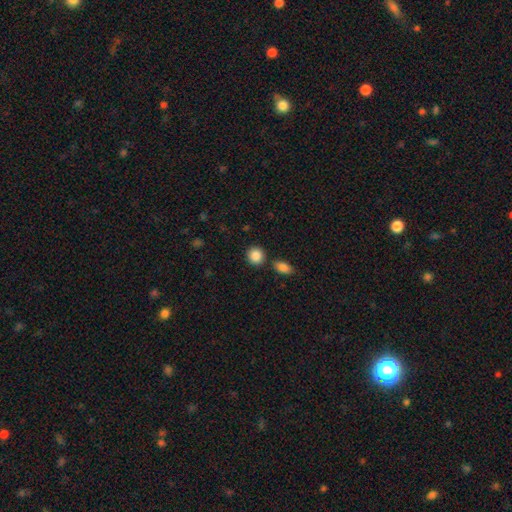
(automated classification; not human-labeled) Smooth or featured? Predicted: smooth (p=0.88). How rounded? Predicted: round (p=0.84). Merging? Predicted: none (p=0.81).